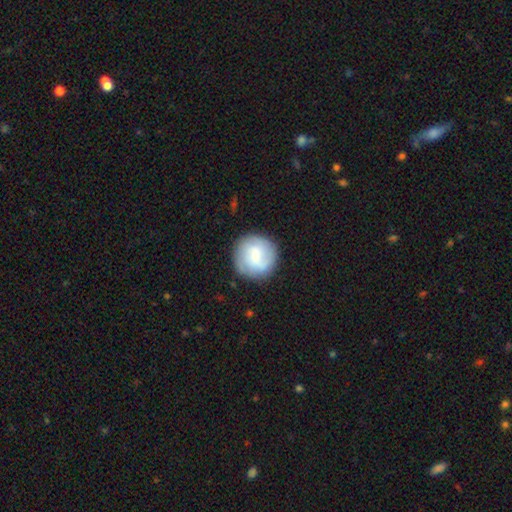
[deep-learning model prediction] This appears to be a smooth galaxy with no disk features (54%) that is round (92%). Merging: none (81%).